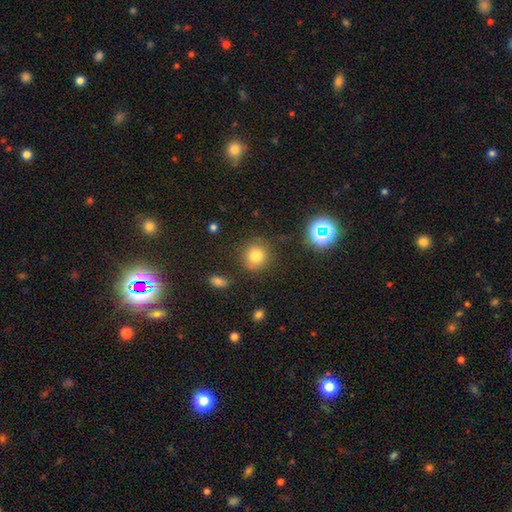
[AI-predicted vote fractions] A smooth galaxy with no disk features (77%) that is round (89%).

Vote fractions:
- Smooth or featured? smooth: 77% / star or artifact: 15% / featured or disk: 8%
- How rounded? round: 89% / in between: 10% / cigar-shaped: 1%
- Merging? none: 82% / minor disturbance: 11% / major disturbance: 4% / merger: 3%